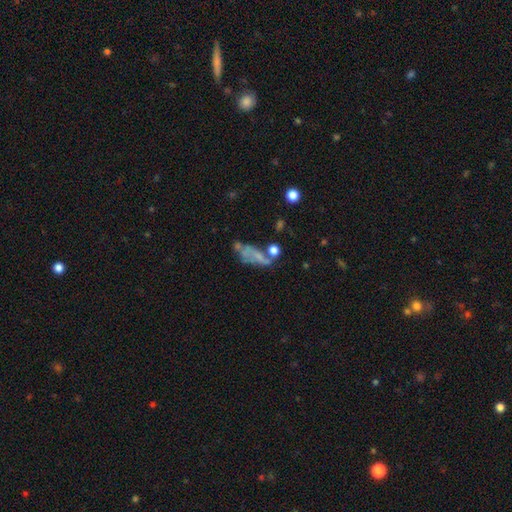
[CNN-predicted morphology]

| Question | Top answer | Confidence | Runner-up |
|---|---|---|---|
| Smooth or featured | featured or disk | 48% | smooth (35%) |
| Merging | major disturbance | 29% | none (28%) |